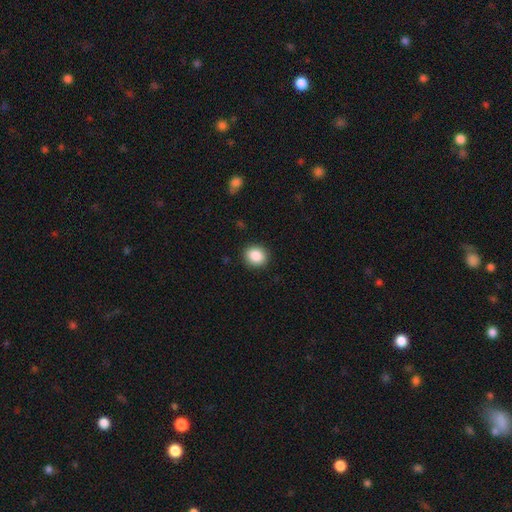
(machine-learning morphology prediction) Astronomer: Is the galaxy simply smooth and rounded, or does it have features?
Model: smooth — 87%.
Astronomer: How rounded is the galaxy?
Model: round — 76%.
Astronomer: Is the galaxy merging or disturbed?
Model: none — 90%.